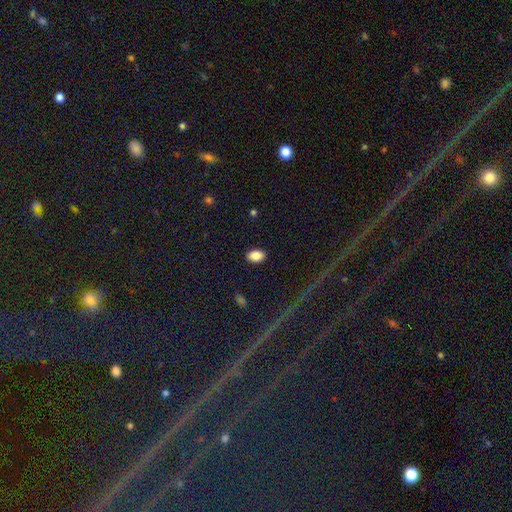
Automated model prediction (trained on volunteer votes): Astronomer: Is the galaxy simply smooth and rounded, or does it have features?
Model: smooth — 86%.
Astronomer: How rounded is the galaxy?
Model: in between — 84%.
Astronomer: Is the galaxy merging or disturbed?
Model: none — 88%.